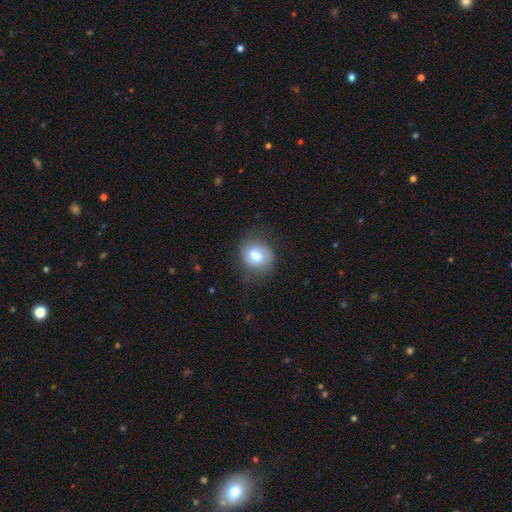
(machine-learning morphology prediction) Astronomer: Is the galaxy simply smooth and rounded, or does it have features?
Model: smooth — 74%.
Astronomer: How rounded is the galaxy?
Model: round — 68%.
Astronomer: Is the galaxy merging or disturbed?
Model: none — 73%.